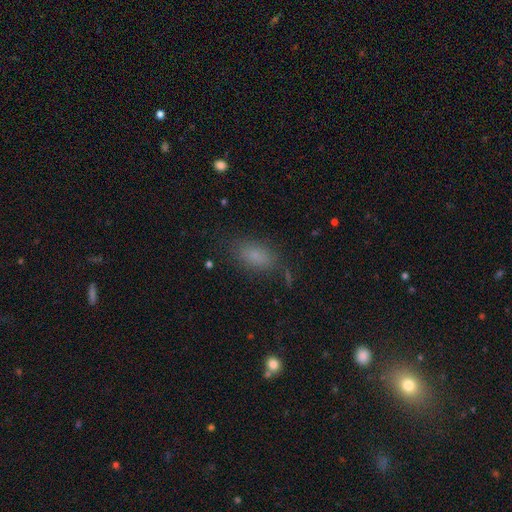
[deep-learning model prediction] A smooth galaxy with no disk features (78%) that is in between round and cigar-shaped (88%).

Vote fractions:
- Smooth or featured? smooth: 78% / star or artifact: 13% / featured or disk: 9%
- How rounded? in between: 88% / cigar-shaped: 6% / round: 6%
- Merging? none: 73% / minor disturbance: 17% / major disturbance: 7% / merger: 2%